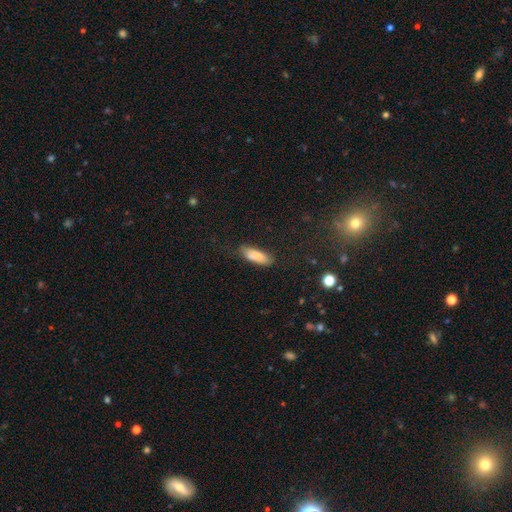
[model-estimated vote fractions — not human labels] smooth-or-featured: smooth: 84% | featured or disk: 9% | star or artifact: 7%
  how-rounded: in between: 61% | cigar-shaped: 37% | round: 2%
  merging: none: 72% | minor disturbance: 20% | major disturbance: 6% | merger: 2%